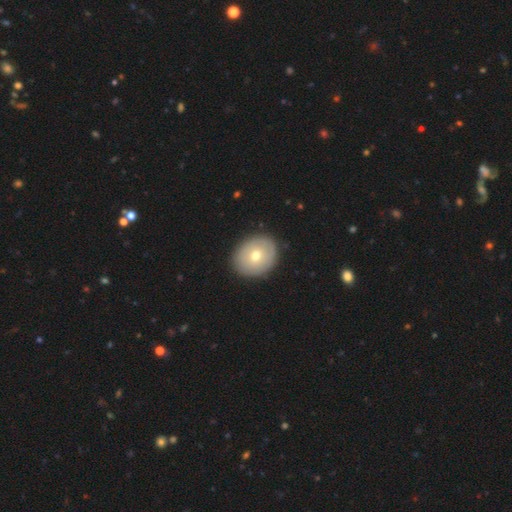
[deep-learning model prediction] A smooth galaxy with no disk features (63%) that is round (57%). Merging: none (87%).